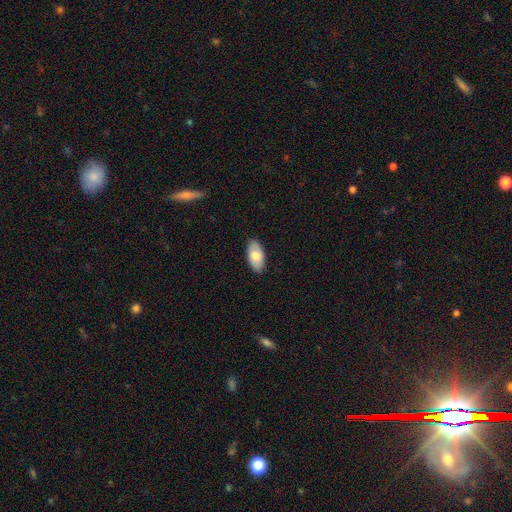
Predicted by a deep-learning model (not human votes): Overall: smooth (77%). How rounded: in between (95%). Merging: none (88%).